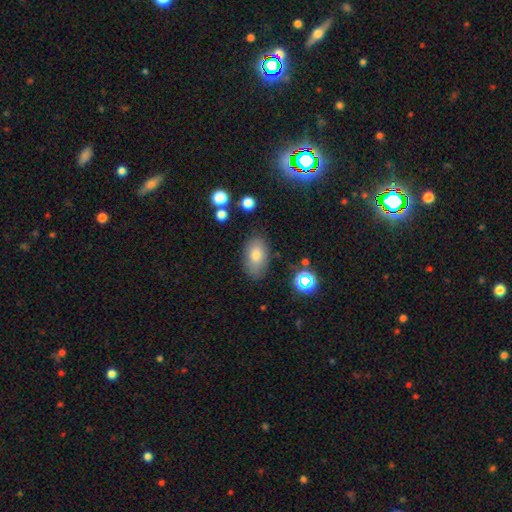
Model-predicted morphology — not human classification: The model was most divided on "merging": none: 78%, minor disturbance: 15%, major disturbance: 4%, merger: 3%. More confident: how rounded — in between (91%); smooth or featured — smooth (78%).